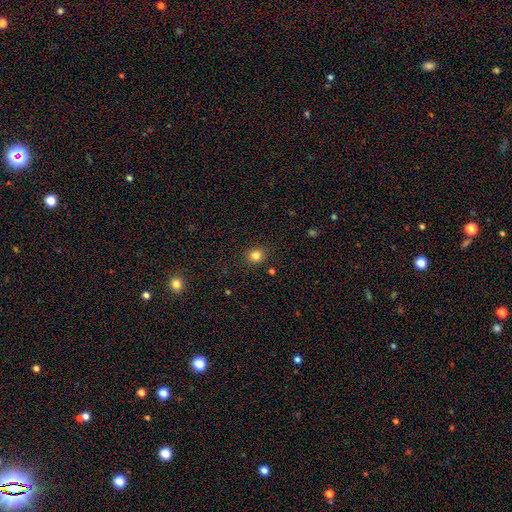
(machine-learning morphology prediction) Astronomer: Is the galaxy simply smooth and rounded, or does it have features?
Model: smooth — 82%.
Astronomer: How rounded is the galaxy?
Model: round — 83%.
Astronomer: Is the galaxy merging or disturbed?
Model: none — 89%.